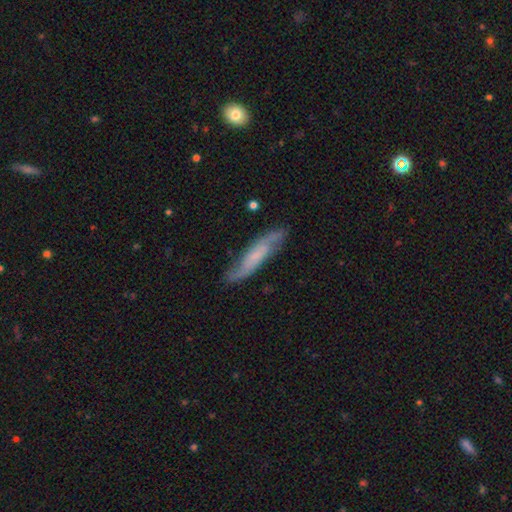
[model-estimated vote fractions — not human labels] smooth-or-featured: featured or disk: 66% | smooth: 27% | star or artifact: 7%
  disk-edge-on: no: 68% | yes: 32%
  merging: none: 78% | minor disturbance: 17% | major disturbance: 4% | merger: 2%